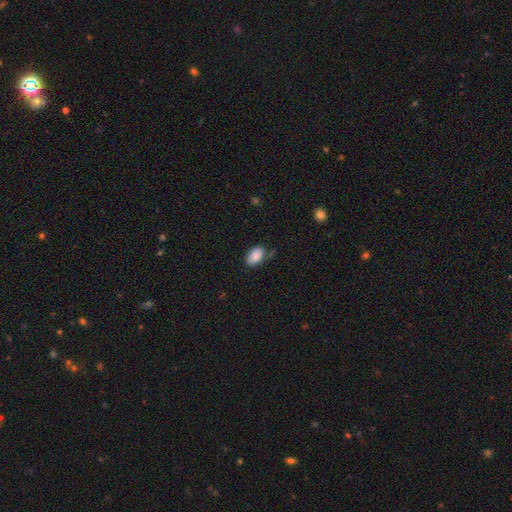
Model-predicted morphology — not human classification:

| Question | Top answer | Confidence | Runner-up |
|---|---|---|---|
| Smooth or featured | smooth | 88% | star or artifact (7%) |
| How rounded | in between | 93% | round (5%) |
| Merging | none | 72% | minor disturbance (21%) |